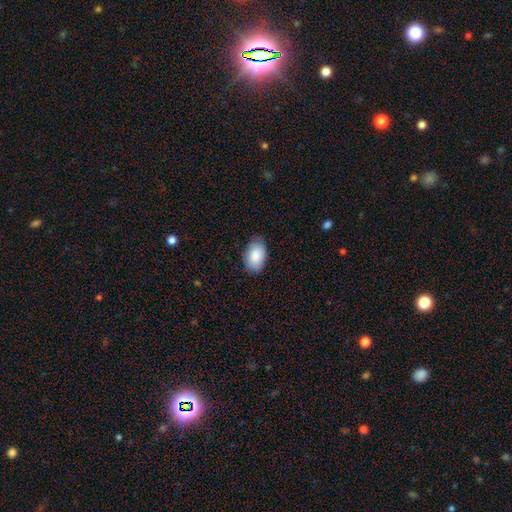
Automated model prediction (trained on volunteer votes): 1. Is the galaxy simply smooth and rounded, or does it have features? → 86% smooth, 8% featured or disk, 6% star or artifact.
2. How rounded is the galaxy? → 92% in between, 7% round, 1% cigar-shaped.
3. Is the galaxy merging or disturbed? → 79% none, 17% minor disturbance, 3% major disturbance, 1% merger.